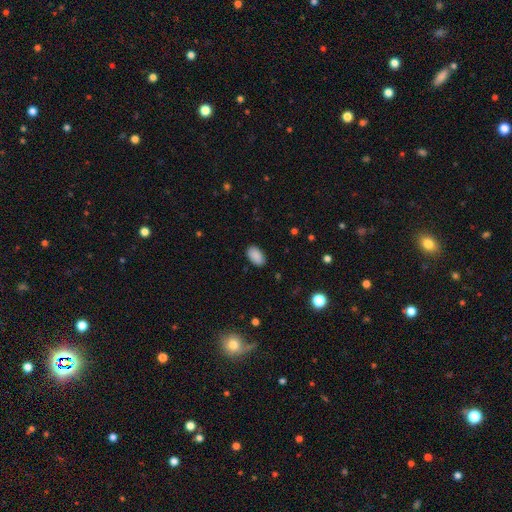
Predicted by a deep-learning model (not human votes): smooth_or_featured: smooth (p=0.90) [alt: star or artifact p=0.07]
how_rounded: in between (p=0.94) [alt: round p=0.05]
merging: none (p=0.87) [alt: minor disturbance p=0.10]